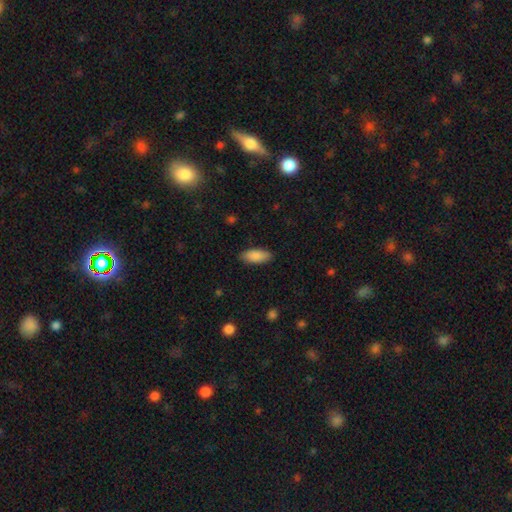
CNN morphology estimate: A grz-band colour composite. It shows a smooth galaxy with no disk features (88%) that is in between round and cigar-shaped (83%). Merging: none (87%).